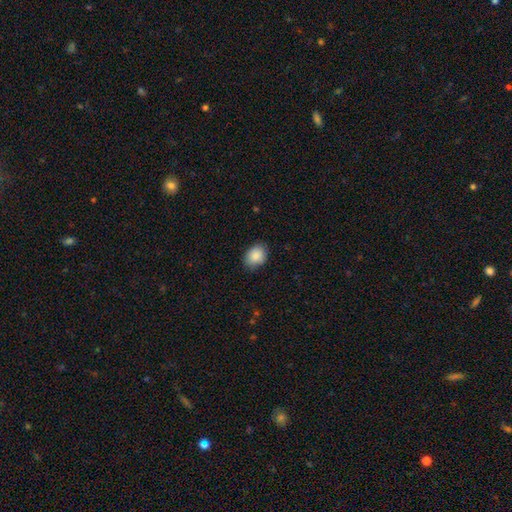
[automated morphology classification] Overall: smooth (88%). How rounded: in between (58%; round 41%). Merging: none (82%).